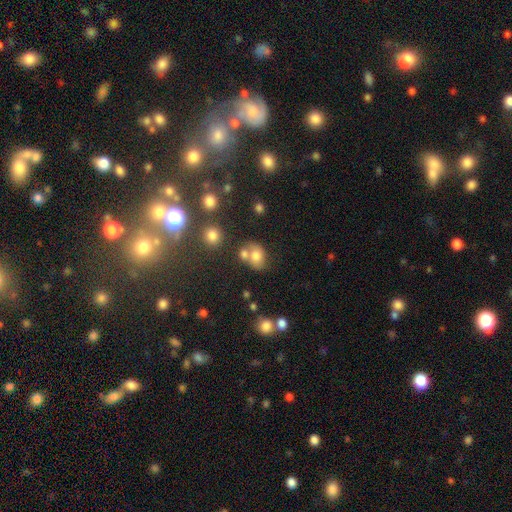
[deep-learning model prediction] Smooth or featured: smooth — 72% (featured or disk — 15%)
How rounded: in between — 55% (round — 44%)
Merging: none — 43% (merger — 37%)